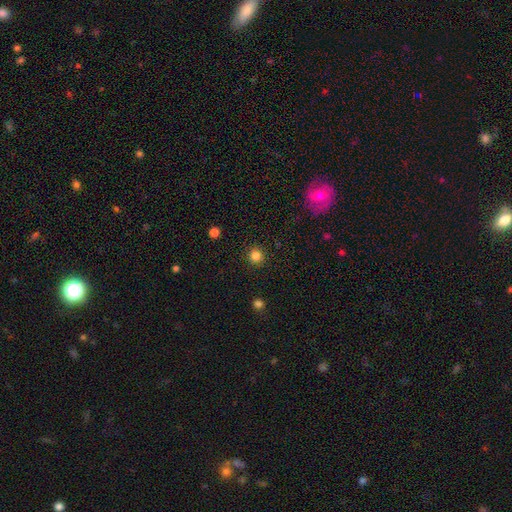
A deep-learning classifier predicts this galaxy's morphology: type=smooth (84%); roundness=round (91%); merging=none (91%).